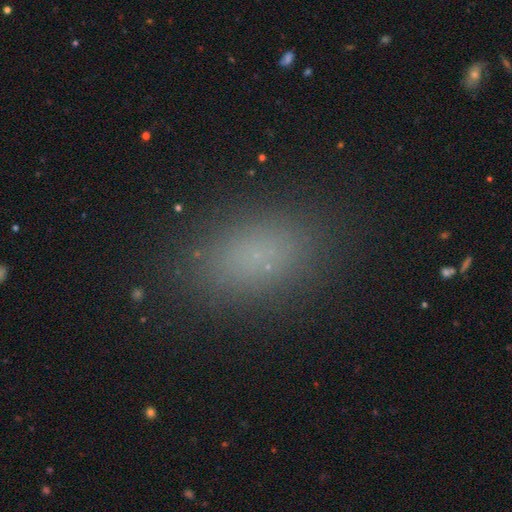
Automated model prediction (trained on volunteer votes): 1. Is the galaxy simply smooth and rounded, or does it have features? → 79% smooth, 14% star or artifact, 7% featured or disk.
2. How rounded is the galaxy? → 87% in between, 9% round, 4% cigar-shaped.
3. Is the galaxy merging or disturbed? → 87% none, 9% minor disturbance, 3% major disturbance, 1% merger.